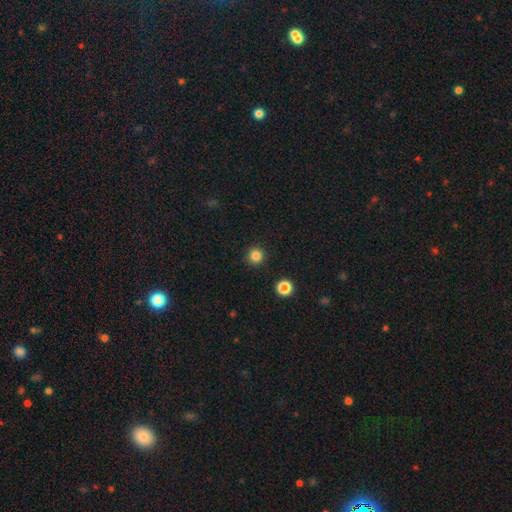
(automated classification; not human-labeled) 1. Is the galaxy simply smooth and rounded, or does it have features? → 84% smooth, 13% star or artifact, 4% featured or disk.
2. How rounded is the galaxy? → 96% round, 3% in between, 1% cigar-shaped.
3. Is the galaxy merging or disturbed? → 92% none, 5% minor disturbance, 2% major disturbance, 1% merger.